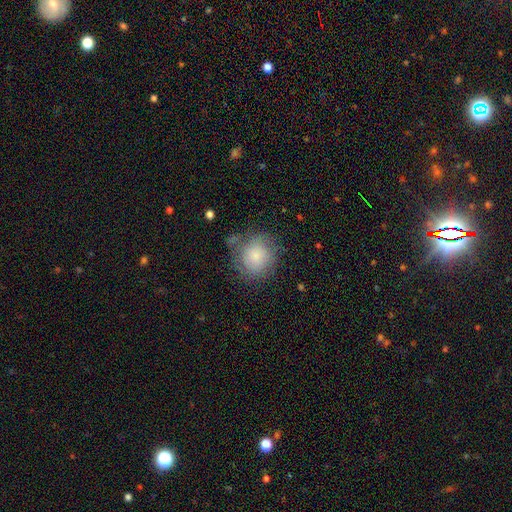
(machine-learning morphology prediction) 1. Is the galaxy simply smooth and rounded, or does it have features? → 69% smooth, 22% featured or disk, 9% star or artifact.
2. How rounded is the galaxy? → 85% round, 14% in between, 1% cigar-shaped.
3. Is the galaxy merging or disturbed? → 64% none, 21% minor disturbance, 11% major disturbance, 4% merger.